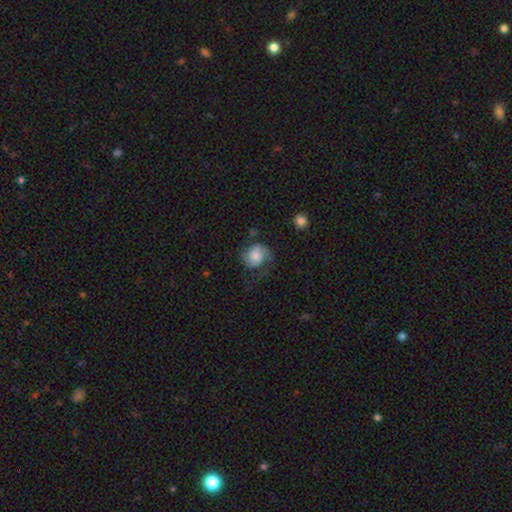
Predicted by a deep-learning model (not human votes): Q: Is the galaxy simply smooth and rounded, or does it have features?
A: featured or disk — 65%.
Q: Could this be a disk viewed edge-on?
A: no — 98%.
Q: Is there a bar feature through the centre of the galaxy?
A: no — 70%.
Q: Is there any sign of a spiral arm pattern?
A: yes — 93%.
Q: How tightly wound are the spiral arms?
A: medium — 43%.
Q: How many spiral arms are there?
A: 2 — 71%.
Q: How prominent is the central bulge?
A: moderate — 34%.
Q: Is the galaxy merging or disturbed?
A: none — 54%.